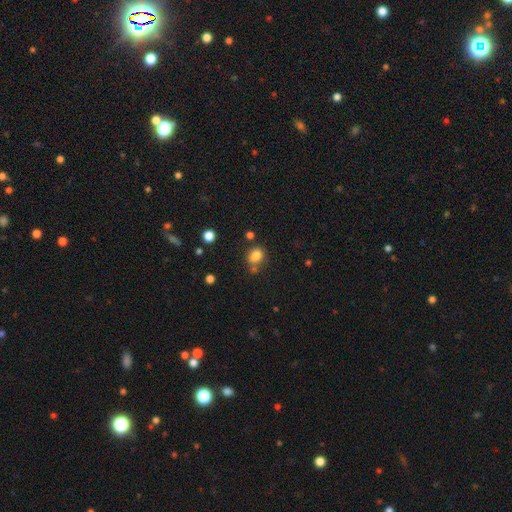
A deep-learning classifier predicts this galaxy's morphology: Smooth or featured: smooth — 82% (star or artifact — 12%)
How rounded: round — 54% (in between — 45%)
Merging: none — 67% (merger — 15%)